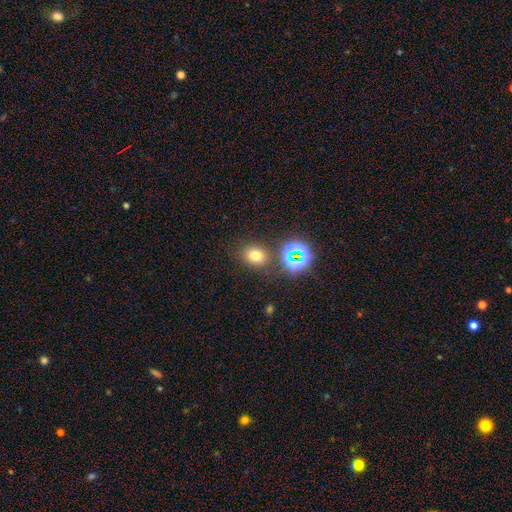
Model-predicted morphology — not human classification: Smooth or featured? Predicted: smooth (p=0.70). How rounded? Predicted: round (p=0.56). Merging? Predicted: none (p=0.79).